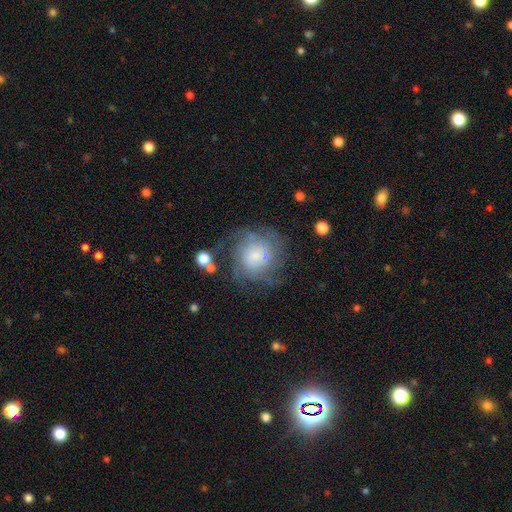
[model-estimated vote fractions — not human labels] This appears to be a featured or disk galaxy (51%). Merging: none (56%).